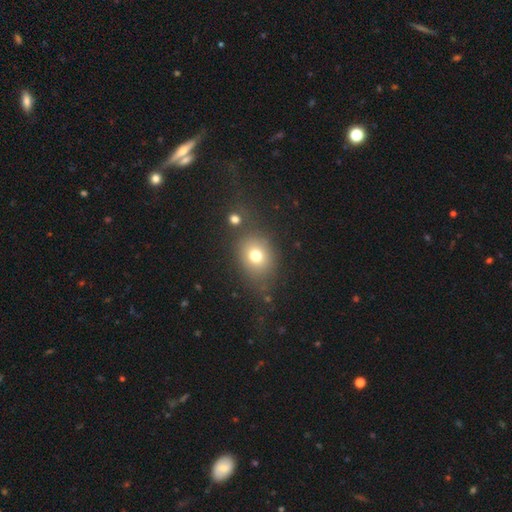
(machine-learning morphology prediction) Smooth or featured? smooth (73%)
How rounded? round (54%)
Merging? none (70%)